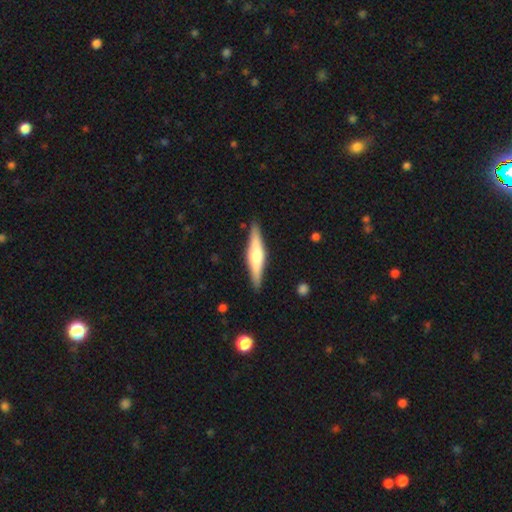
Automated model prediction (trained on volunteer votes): Smooth or featured: featured or disk — 62% (smooth — 32%)
Edge-on disk: yes — 96% (no — 4%)
Edge-on bulge: rounded — 85% (boxy — 10%)
Merging: none — 89% (minor disturbance — 8%)